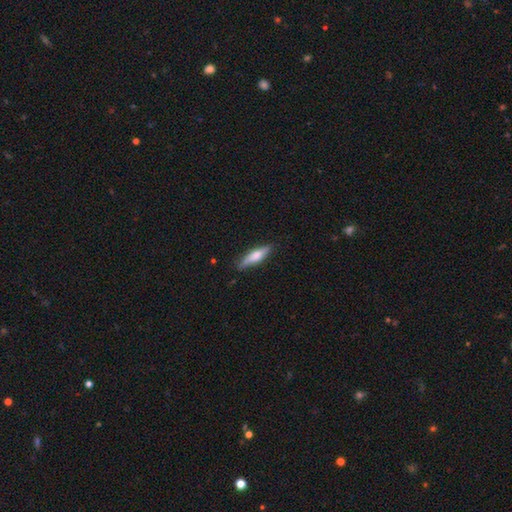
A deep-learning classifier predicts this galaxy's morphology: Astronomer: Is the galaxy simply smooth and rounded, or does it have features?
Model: smooth — 66%.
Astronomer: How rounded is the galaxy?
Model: cigar-shaped — 67%.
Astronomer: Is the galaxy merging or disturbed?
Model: none — 79%.